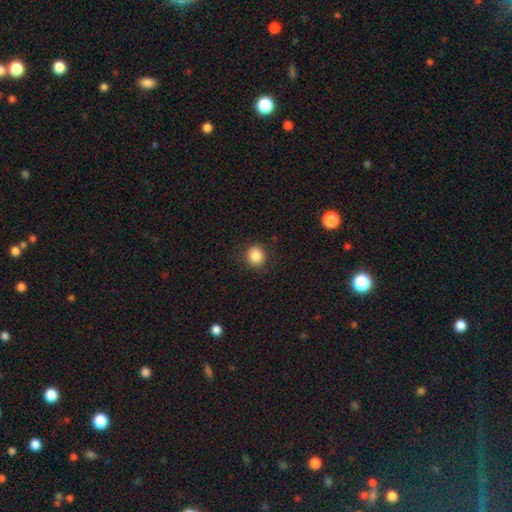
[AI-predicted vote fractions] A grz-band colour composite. It shows a smooth galaxy with no disk features (85%) that is round (87%). Merging: none (89%).